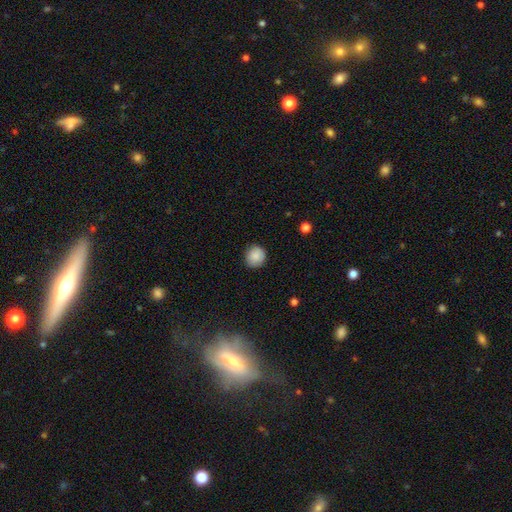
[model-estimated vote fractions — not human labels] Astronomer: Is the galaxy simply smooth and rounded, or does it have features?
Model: smooth — 87%.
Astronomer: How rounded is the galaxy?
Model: round — 88%.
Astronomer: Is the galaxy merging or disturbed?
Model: none — 86%.